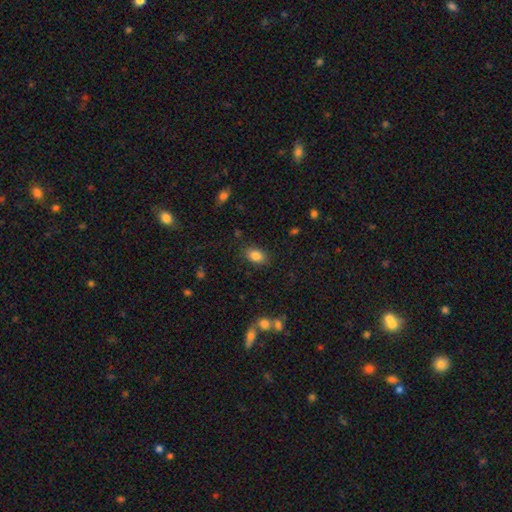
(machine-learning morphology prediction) Smooth or featured? smooth (85%)
How rounded? in between (84%)
Merging? none (84%)